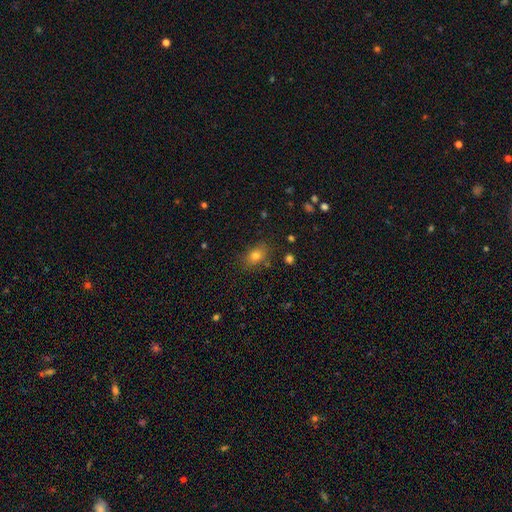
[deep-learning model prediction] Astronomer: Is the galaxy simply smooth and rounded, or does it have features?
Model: smooth — 76%.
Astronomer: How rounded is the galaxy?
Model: in between — 72%.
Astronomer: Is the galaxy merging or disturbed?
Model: none — 81%.